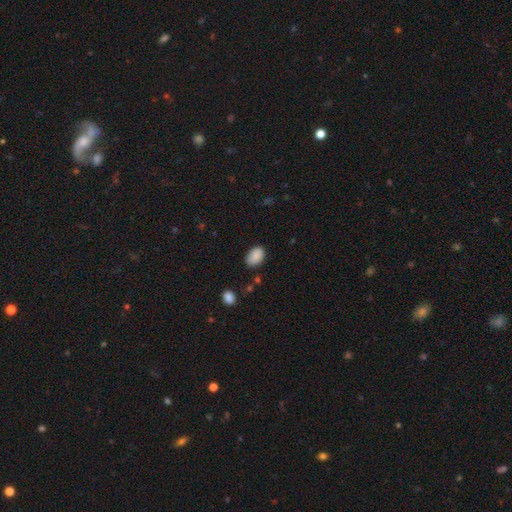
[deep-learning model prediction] Overall: smooth (89%). How rounded: in between (86%). Merging: none (78%).